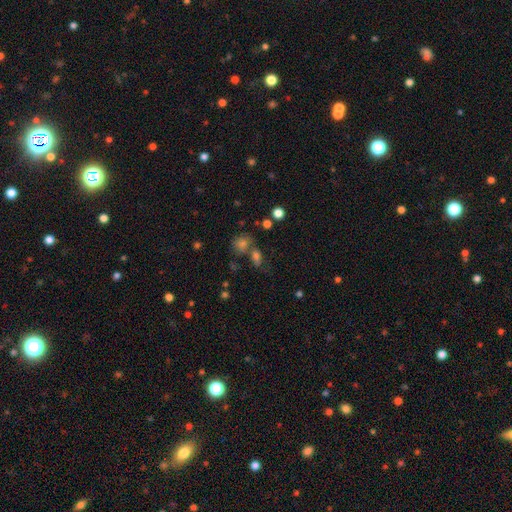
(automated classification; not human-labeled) Smooth or featured: smooth — 53% (star or artifact — 33%)
How rounded: in between — 50% (round — 46%)
Merging: none — 54% (merger — 28%)